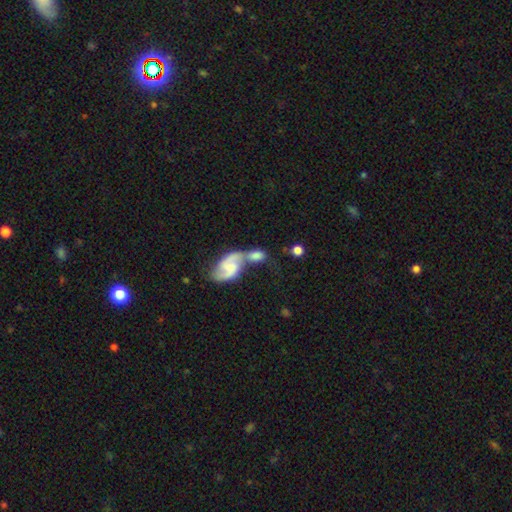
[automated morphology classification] A smooth galaxy with no disk features (46%, tied with featured or disk). Merging: merger (64%).